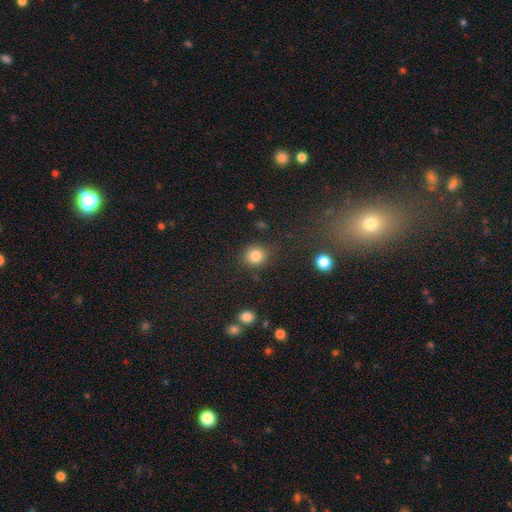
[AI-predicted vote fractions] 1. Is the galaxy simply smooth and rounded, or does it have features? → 83% smooth, 11% star or artifact, 6% featured or disk.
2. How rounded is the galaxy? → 86% round, 13% in between, 1% cigar-shaped.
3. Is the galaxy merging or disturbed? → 84% none, 9% minor disturbance, 4% major disturbance, 3% merger.